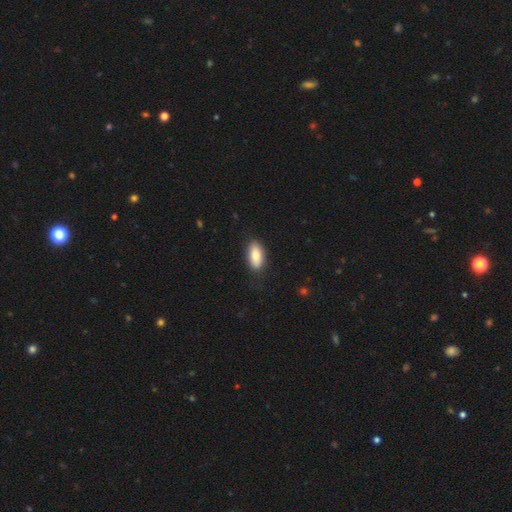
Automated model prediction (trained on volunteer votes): The model was most divided on "merging": none: 82%, minor disturbance: 14%, major disturbance: 3%, merger: 1%. More confident: how rounded — in between (88%); smooth or featured — smooth (83%).